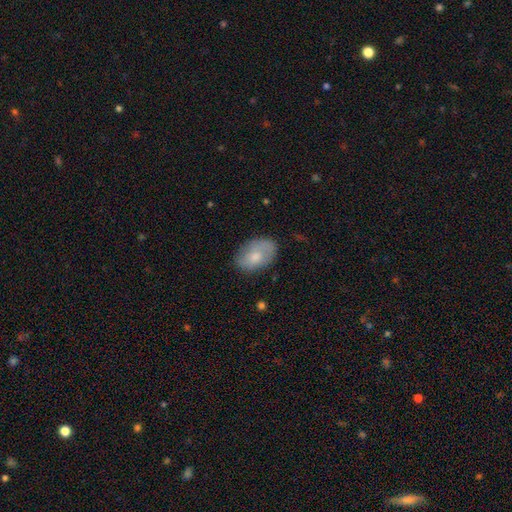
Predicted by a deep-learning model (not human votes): The model was most divided on "smooth or featured": smooth: 71%, featured or disk: 22%, star or artifact: 7%. More confident: how rounded — in between (86%); merging — none (73%).